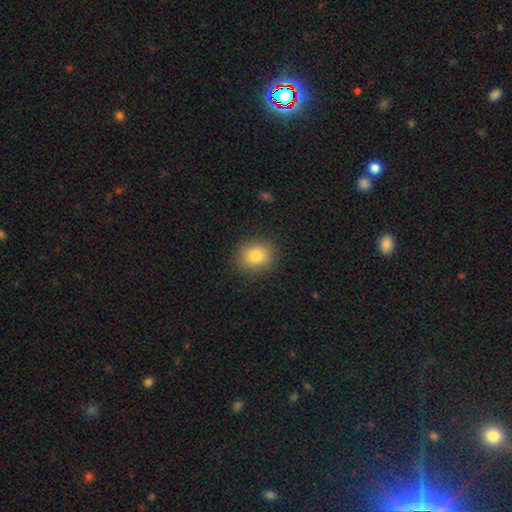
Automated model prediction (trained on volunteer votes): A smooth galaxy with no disk features (82%) that is round (75%). Merging: none (88%).